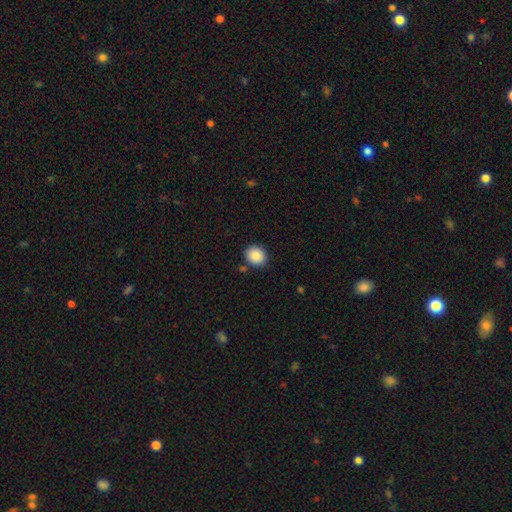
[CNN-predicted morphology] A smooth galaxy with no disk features (88%) that is round (73%).

Vote fractions:
- Smooth or featured? smooth: 88% / star or artifact: 8% / featured or disk: 3%
- How rounded? round: 73% / in between: 26% / cigar-shaped: 1%
- Merging? none: 84% / minor disturbance: 10% / merger: 3% / major disturbance: 2%